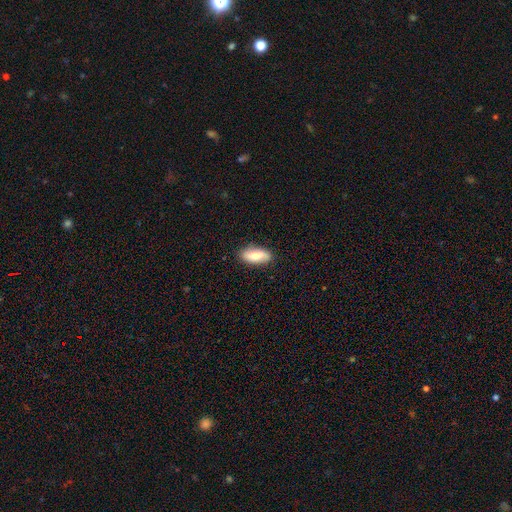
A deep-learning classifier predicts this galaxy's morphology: The model was most divided on "smooth or featured": smooth: 65%, featured or disk: 29%, star or artifact: 6%. More confident: merging — none (86%); how rounded — in between (81%).